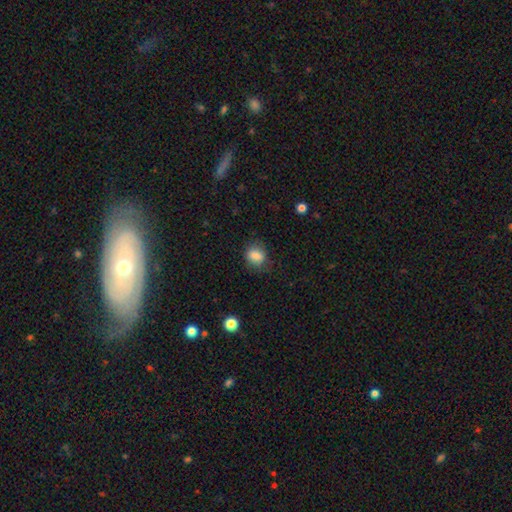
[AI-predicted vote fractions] smooth 84%, star or artifact 9%, featured or disk 7%. Down the decision tree: how rounded — round (51%); merging — none (71%).